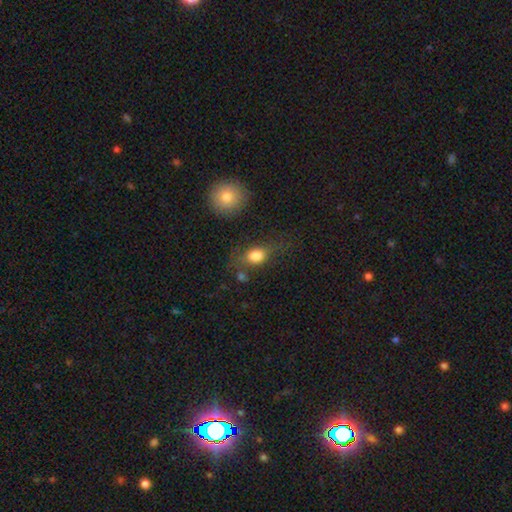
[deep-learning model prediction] This appears to be a smooth galaxy with no disk features (78%) that is in between round and cigar-shaped (62%). Merging: none (52%).